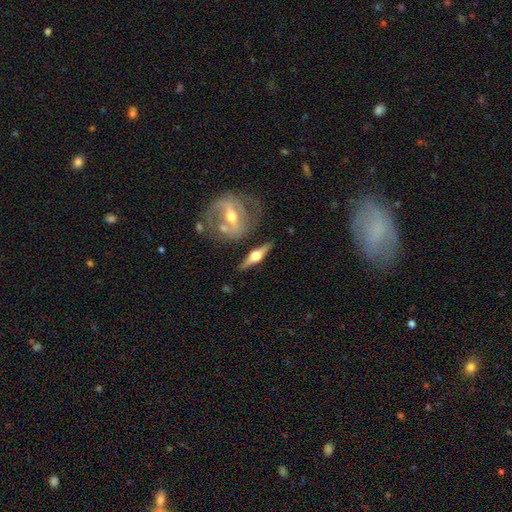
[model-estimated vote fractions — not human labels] Overall: featured or disk (77%). Edge-on disk: yes (94%). Edge-on bulge: rounded (95%). Merging: none (79%).